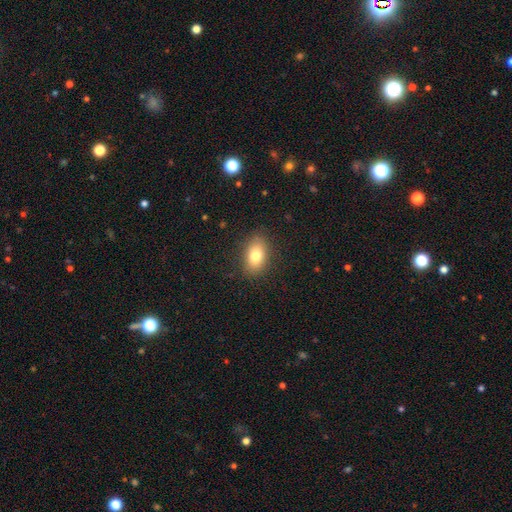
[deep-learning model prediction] A smooth galaxy with no disk features (79%) that is in between round and cigar-shaped (86%).

Vote fractions:
- Smooth or featured? smooth: 79% / featured or disk: 12% / star or artifact: 9%
- How rounded? in between: 86% / round: 11% / cigar-shaped: 2%
- Merging? none: 86% / minor disturbance: 10% / major disturbance: 3% / merger: 1%